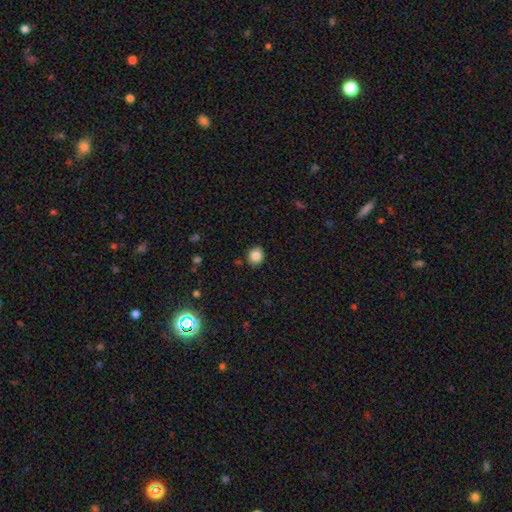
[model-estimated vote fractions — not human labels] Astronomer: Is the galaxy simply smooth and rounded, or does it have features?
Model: smooth — 85%.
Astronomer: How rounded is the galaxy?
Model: round — 72%.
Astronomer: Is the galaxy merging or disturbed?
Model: none — 88%.